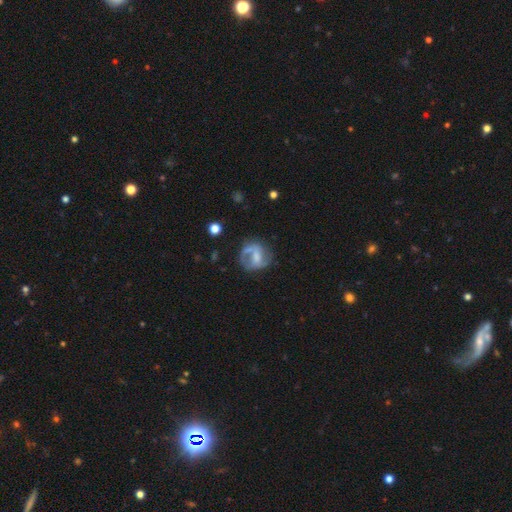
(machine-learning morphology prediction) Q: Smooth or featured?
A: featured or disk (60%); runner-up: smooth (32%)
Q: Edge-on disk?
A: no (97%); runner-up: yes (3%)
Q: Bar?
A: weak (42%); runner-up: no (36%)
Q: Spiral arms?
A: yes (69%); runner-up: no (31%)
Q: Bulge size?
A: moderate (34%); runner-up: small (29%)
Q: Merging?
A: none (51%); runner-up: minor disturbance (22%)